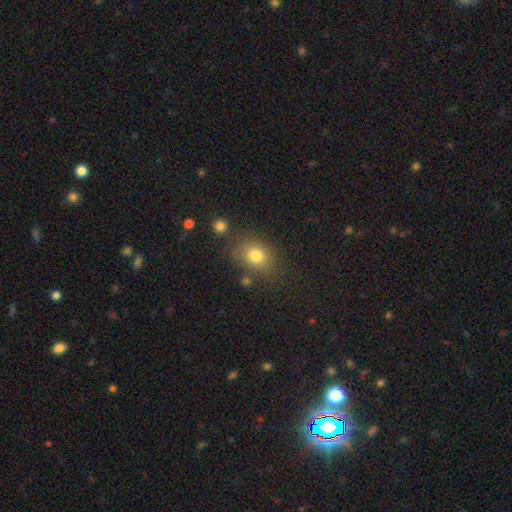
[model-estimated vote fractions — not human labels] Q: Smooth or featured?
A: smooth (78%); runner-up: star or artifact (12%)
Q: How rounded?
A: round (50%); runner-up: in between (49%)
Q: Merging?
A: none (73%); runner-up: minor disturbance (15%)